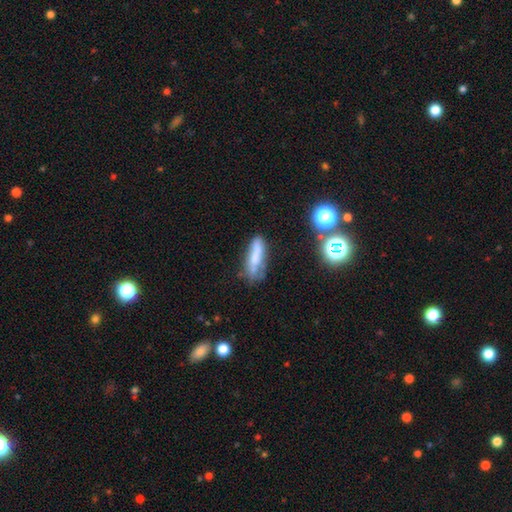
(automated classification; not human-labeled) Morphology: type=smooth (58%); roundness=cigar-shaped (59%); merging=none (48%).